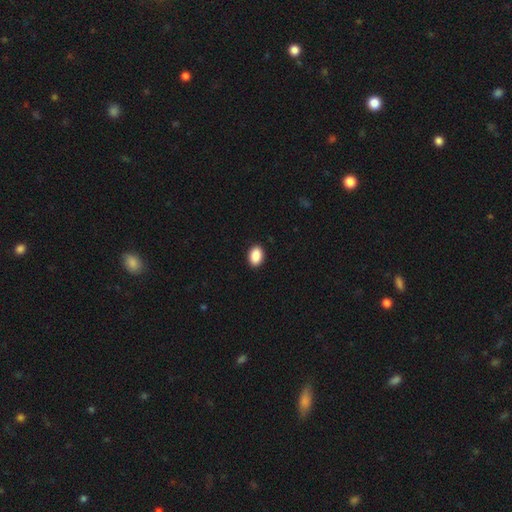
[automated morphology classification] Smooth or featured: smooth — 91% (star or artifact — 7%)
How rounded: in between — 89% (round — 10%)
Merging: none — 90% (minor disturbance — 7%)